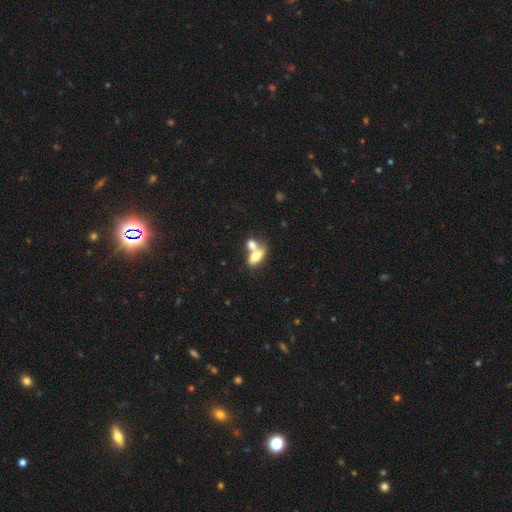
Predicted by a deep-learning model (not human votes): Smooth or featured? smooth (68%)
How rounded? in between (79%)
Merging? merger (60%)